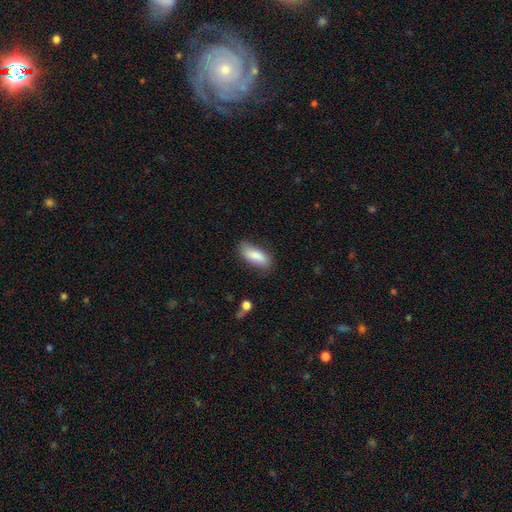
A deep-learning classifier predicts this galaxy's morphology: A smooth galaxy with no disk features (85%) that is in between round and cigar-shaped (79%). Merging: none (75%).